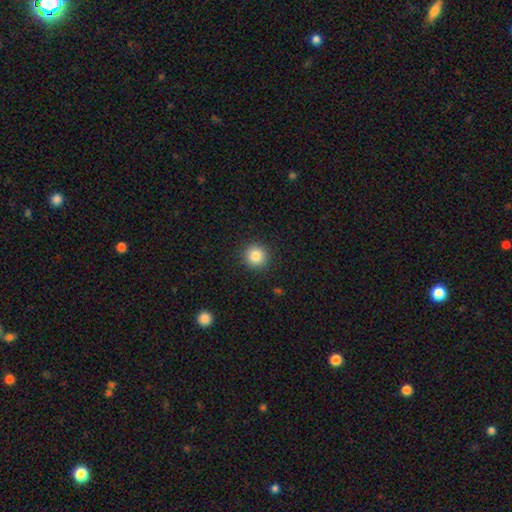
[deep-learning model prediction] Smooth or featured: smooth — 84% (star or artifact — 10%)
How rounded: round — 94% (in between — 5%)
Merging: none — 92% (minor disturbance — 5%)